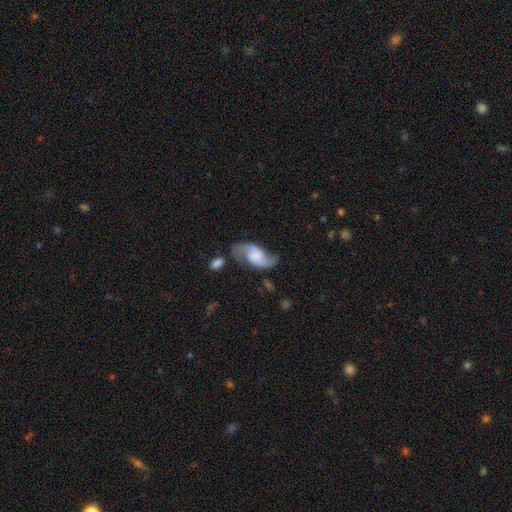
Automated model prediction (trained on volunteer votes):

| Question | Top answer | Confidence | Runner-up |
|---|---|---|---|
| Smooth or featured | featured or disk | 81% | smooth (13%) |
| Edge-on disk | no | 97% | yes (3%) |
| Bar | no | 47% | weak (40%) |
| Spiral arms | yes | 95% | no (5%) |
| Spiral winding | loose | 58% | medium (33%) |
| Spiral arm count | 2 | 92% | can't tell (3%) |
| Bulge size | none | 40% | large (20%) |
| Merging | none | 60% | minor disturbance (21%) |